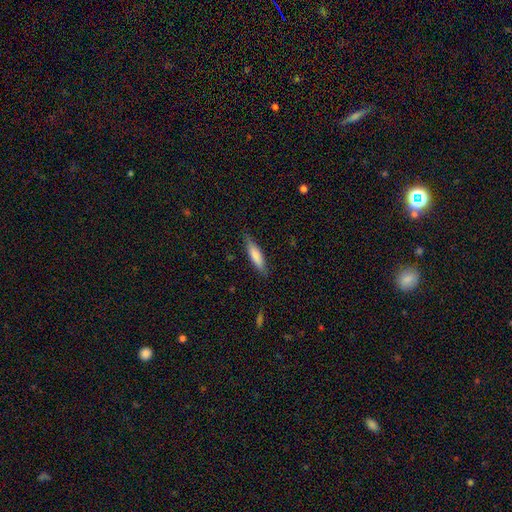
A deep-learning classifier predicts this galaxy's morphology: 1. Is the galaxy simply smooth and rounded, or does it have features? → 77% smooth, 18% featured or disk, 6% star or artifact.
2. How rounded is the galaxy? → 73% cigar-shaped, 26% in between, 1% round.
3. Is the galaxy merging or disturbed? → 83% none, 13% minor disturbance, 3% major disturbance, 1% merger.